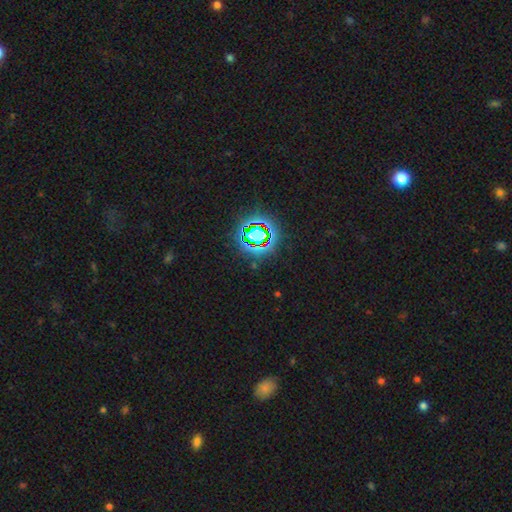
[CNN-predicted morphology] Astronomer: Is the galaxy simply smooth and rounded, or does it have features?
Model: star or artifact — 77%.